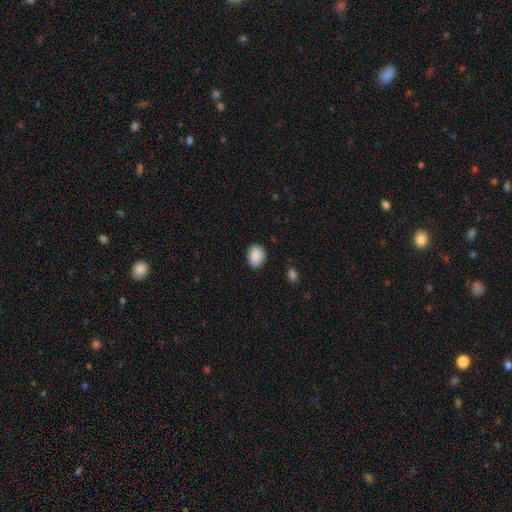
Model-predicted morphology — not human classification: Smooth or featured? smooth (89%)
How rounded? in between (75%)
Merging? none (83%)